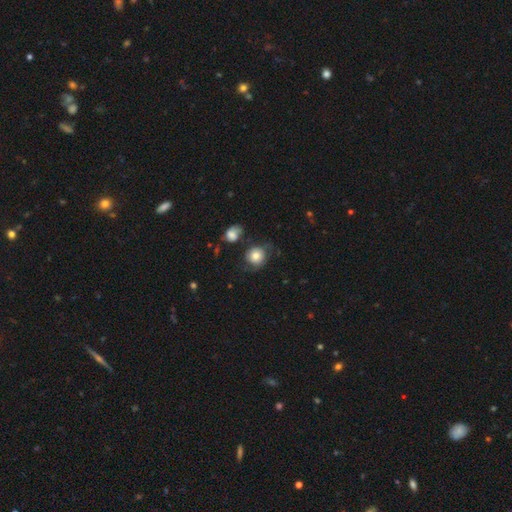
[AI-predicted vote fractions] Morphology: type=smooth (72%); roundness=round (85%); merging=none (56%).